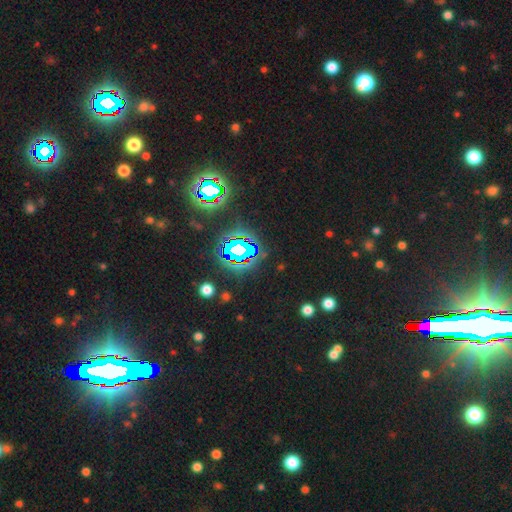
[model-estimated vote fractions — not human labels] Smooth or featured?
  - star or artifact: 83% *
  - smooth: 9%
  - featured or disk: 7%